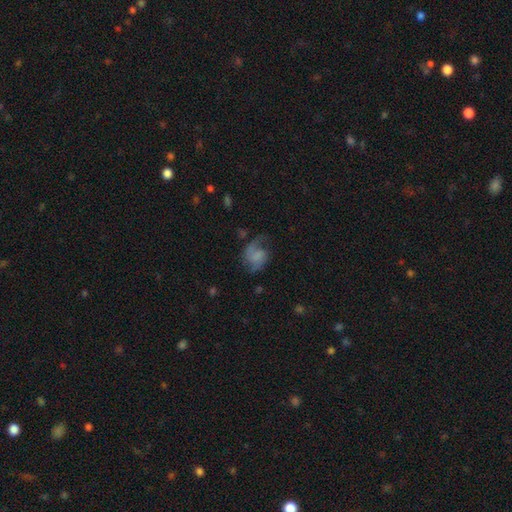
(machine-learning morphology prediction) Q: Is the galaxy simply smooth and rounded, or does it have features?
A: featured or disk — 58%.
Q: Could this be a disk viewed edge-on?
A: no — 98%.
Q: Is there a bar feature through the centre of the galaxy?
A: no — 67%.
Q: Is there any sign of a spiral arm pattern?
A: yes — 88%.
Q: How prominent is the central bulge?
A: none — 59%.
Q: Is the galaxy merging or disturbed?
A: none — 44%.